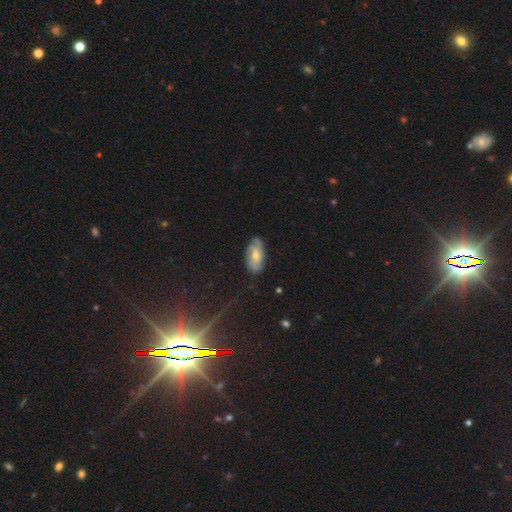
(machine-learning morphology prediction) type=featured or disk (55%); edge-on=no (92%); bar=no (61%); spiral arms=yes (83%); bulge=moderate (49%); merging=none (74%).